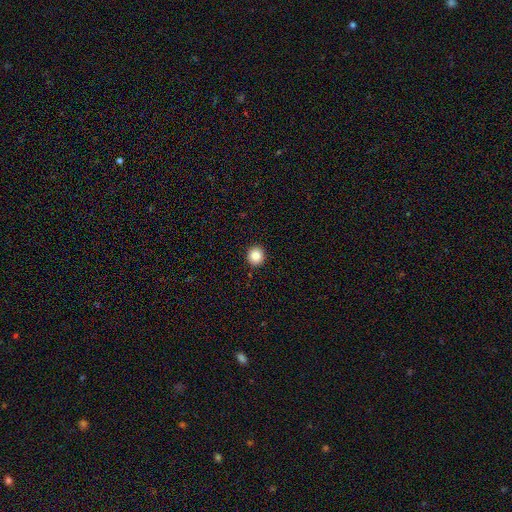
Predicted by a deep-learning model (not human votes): smooth_or_featured: smooth (p=0.87) [alt: star or artifact p=0.09]
how_rounded: round (p=0.88) [alt: in between p=0.11]
merging: none (p=0.92) [alt: minor disturbance p=0.05]